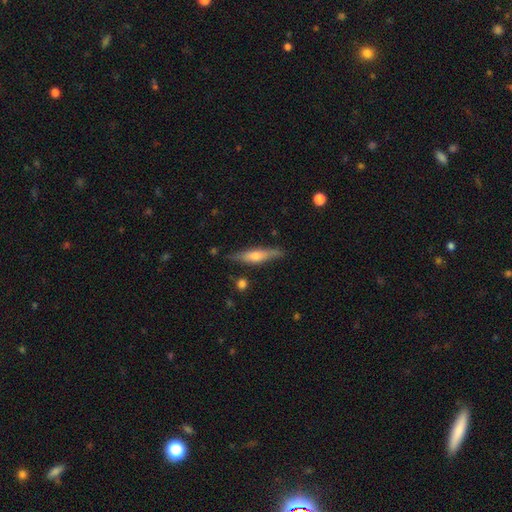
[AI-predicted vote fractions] This is possibly a featured or disk galaxy (58%). It is clearly viewed edge-on (93%). Edge-on bulge: clearly rounded (84%). Merging: clearly none (83%).